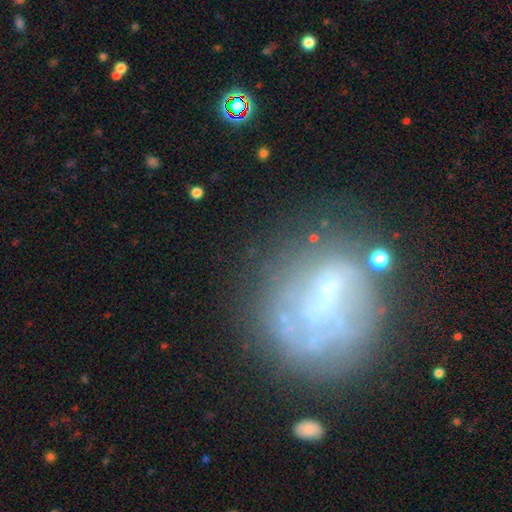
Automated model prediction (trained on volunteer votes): The model was most divided on "bar": no: 43%, weak: 39%, strong: 18%. Remaining: edge-on disk — no (96%); smooth or featured — featured or disk (58%); spiral arms — no (57%); merging — none (57%); bulge size — small (44%).